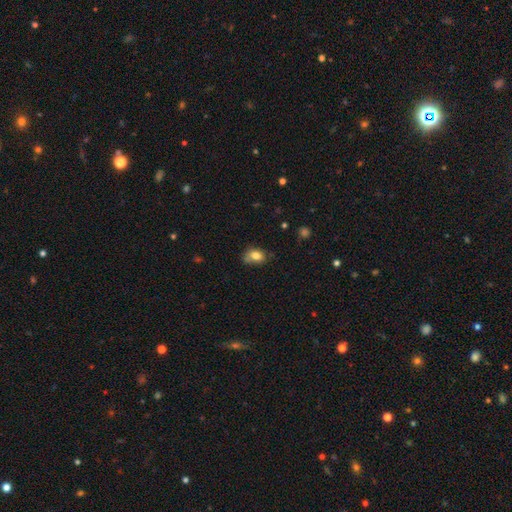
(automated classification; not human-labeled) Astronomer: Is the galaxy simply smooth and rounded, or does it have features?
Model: smooth — 79%.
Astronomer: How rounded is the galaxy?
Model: in between — 71%.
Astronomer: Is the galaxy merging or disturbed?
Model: none — 53% (runner-up: minor disturbance, 30%).